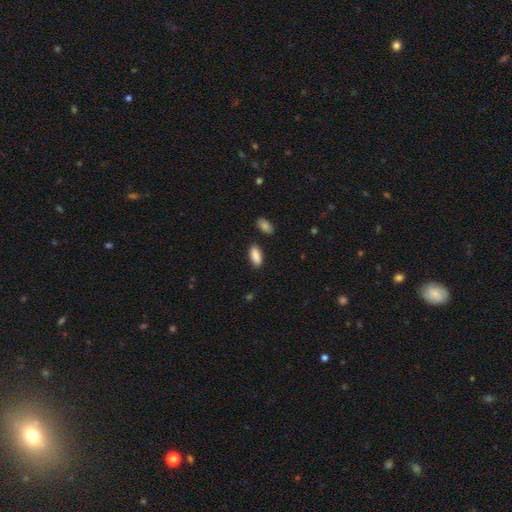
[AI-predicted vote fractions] smooth-or-featured: smooth: 89% | star or artifact: 6% | featured or disk: 4%
  how-rounded: in between: 87% | cigar-shaped: 10% | round: 2%
  merging: none: 84% | minor disturbance: 10% | merger: 3% | major disturbance: 2%